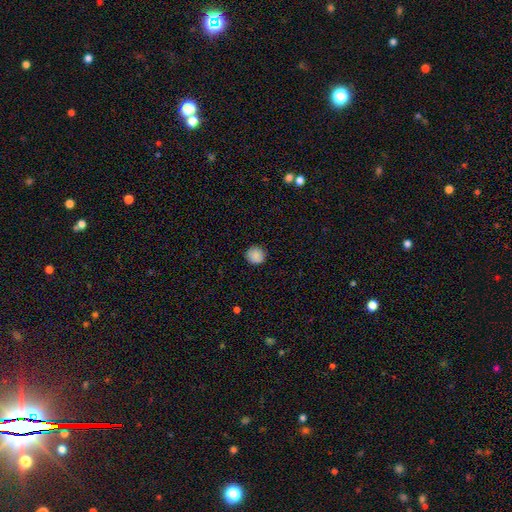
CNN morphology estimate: smooth-or-featured: smooth: 88% | star or artifact: 9% | featured or disk: 3%
  how-rounded: round: 91% | in between: 8% | cigar-shaped: 1%
  merging: none: 89% | minor disturbance: 8% | major disturbance: 2% | merger: 1%